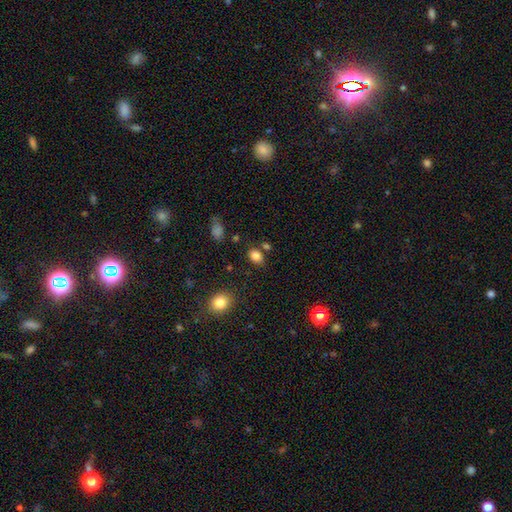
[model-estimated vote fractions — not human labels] A smooth galaxy with no disk features (84%) that is in between round and cigar-shaped (73%). Merging: none (75%).